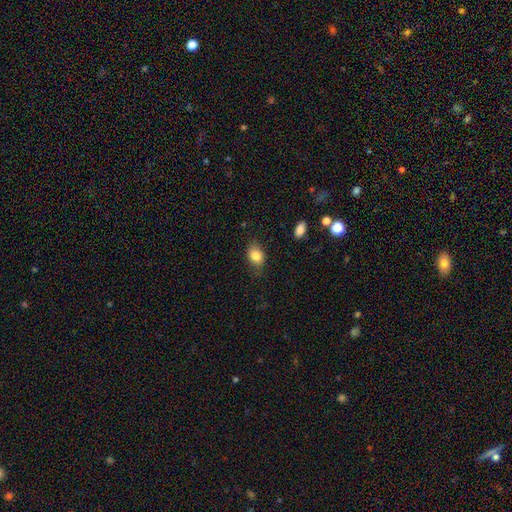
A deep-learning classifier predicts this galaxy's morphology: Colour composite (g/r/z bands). It shows a smooth galaxy with no disk features (84%) that is in between round and cigar-shaped (71%). Merging: none (76%).